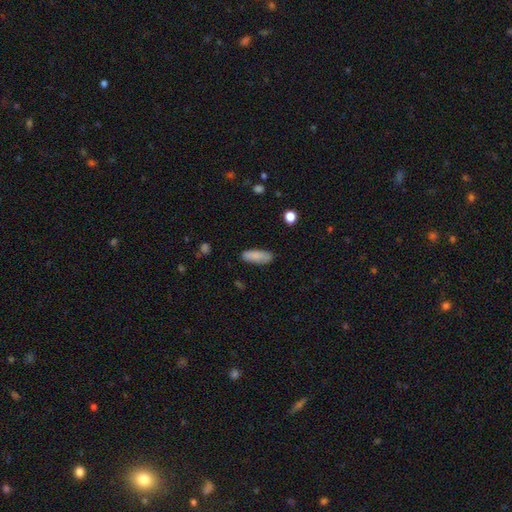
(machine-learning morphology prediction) Overall: smooth (85%). How rounded: in between (67%; cigar-shaped 32%). Merging: none (81%).